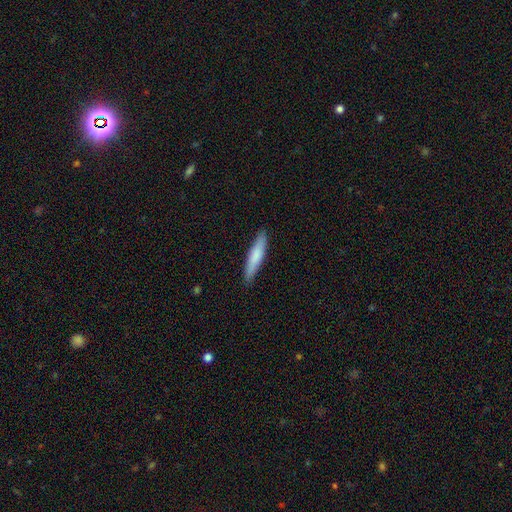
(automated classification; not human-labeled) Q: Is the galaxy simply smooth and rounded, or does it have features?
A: smooth — 76%.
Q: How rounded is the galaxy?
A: cigar-shaped — 89%.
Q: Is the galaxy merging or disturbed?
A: none — 89%.